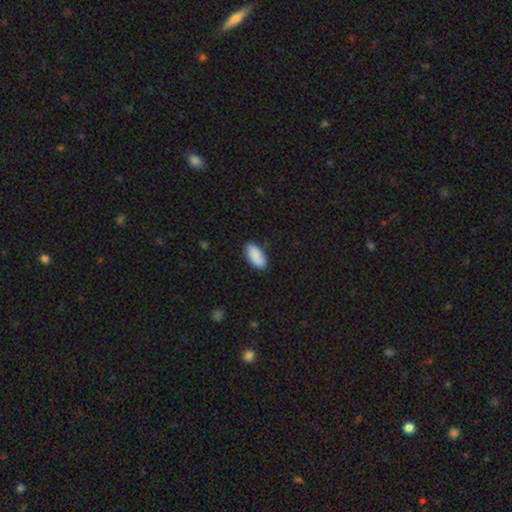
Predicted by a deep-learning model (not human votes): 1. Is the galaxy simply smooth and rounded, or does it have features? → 88% smooth, 6% star or artifact, 6% featured or disk.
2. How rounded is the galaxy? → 91% in between, 7% cigar-shaped, 2% round.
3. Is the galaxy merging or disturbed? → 85% none, 12% minor disturbance, 2% major disturbance, 1% merger.